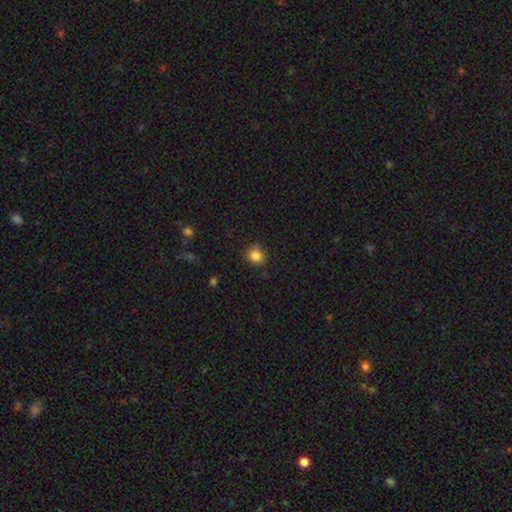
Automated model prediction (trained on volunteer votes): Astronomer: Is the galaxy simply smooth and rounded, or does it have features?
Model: smooth — 83%.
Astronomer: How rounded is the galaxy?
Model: round — 77%.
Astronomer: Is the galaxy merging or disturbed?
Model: none — 76%.